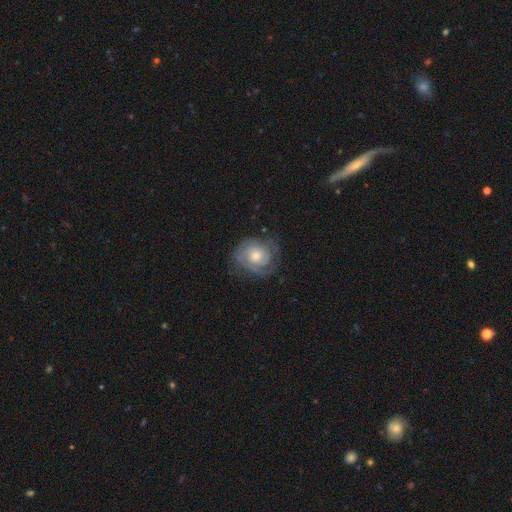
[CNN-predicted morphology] Q: Smooth or featured?
A: featured or disk (74%); runner-up: smooth (19%)
Q: Edge-on disk?
A: no (97%); runner-up: yes (3%)
Q: Bar?
A: no (80%); runner-up: weak (16%)
Q: Spiral arms?
A: yes (89%); runner-up: no (11%)
Q: Spiral winding?
A: tight (69%); runner-up: medium (24%)
Q: Spiral arm count?
A: 2 (37%); runner-up: can't tell (33%)
Q: Bulge size?
A: moderate (57%); runner-up: small (36%)
Q: Merging?
A: none (69%); runner-up: minor disturbance (20%)